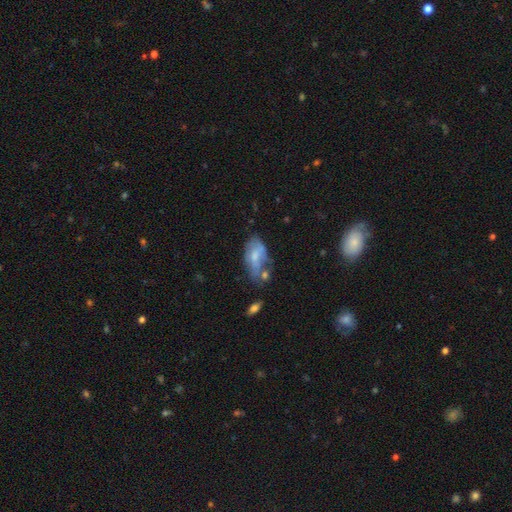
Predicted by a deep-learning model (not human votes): Q: Smooth or featured?
A: smooth (50%); runner-up: featured or disk (42%)
Q: Merging?
A: none (31%); runner-up: minor disturbance (29%)